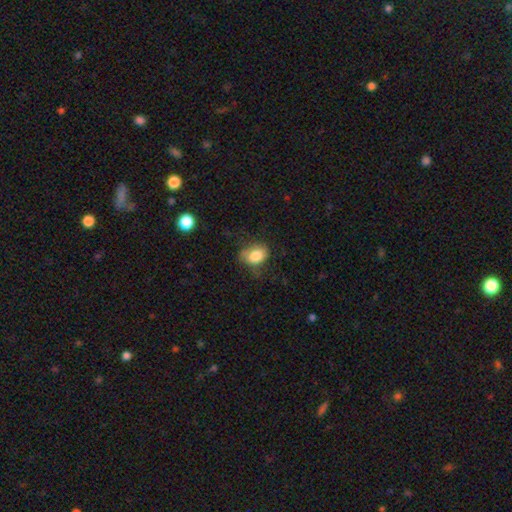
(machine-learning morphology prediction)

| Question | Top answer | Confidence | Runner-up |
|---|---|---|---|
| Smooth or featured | smooth | 81% | featured or disk (10%) |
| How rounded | in between | 72% | round (27%) |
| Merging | none | 56% | minor disturbance (30%) |